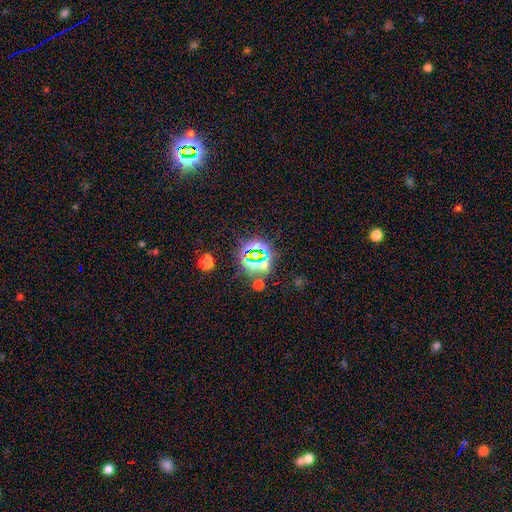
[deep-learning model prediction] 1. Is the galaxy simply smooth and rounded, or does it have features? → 74% star or artifact, 16% smooth, 10% featured or disk.